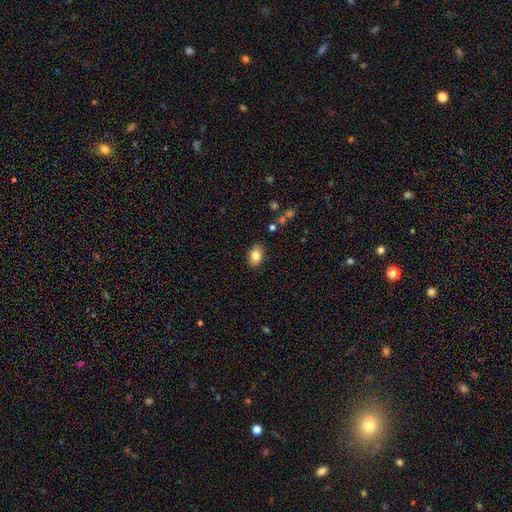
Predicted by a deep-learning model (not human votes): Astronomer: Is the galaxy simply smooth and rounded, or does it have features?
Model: smooth — 83%.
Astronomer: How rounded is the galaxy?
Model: in between — 75%.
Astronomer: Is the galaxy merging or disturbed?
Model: none — 87%.